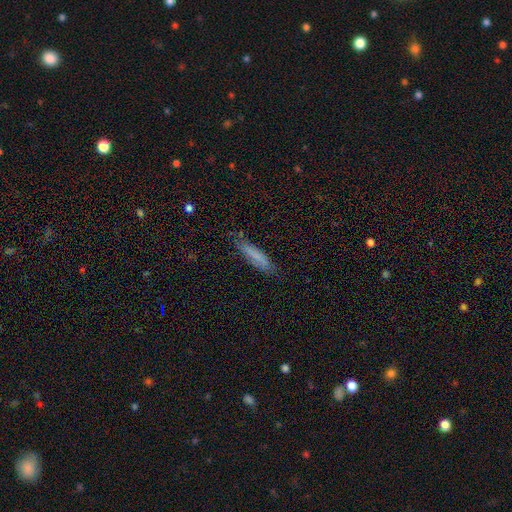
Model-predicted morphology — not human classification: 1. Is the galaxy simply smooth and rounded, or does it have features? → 72% smooth, 20% featured or disk, 8% star or artifact.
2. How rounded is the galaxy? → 83% cigar-shaped, 16% in between, 2% round.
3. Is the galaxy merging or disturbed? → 76% none, 19% minor disturbance, 4% major disturbance, 2% merger.